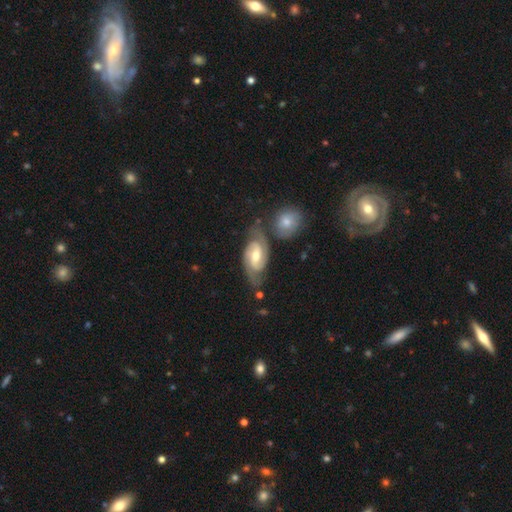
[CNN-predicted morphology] A featured or disk galaxy (82%) with a weak bar (51%), 2 (88%) medium (48%) spiral arms (96%) and a moderate central bulge (64%).

Vote fractions:
- Smooth or featured? featured or disk: 82% / smooth: 12% / star or artifact: 5%
- Edge-on disk? no: 95% / yes: 5%
- Bar? weak: 51% / no: 28% / strong: 21%
- Spiral arms? yes: 96% / no: 4%
- Spiral winding? medium: 48% / tight: 37% / loose: 15%
- Spiral arm count? 2: 88% / can't tell: 6% / 3: 2% / 1: 1% / 4: 1% / more than 4: 1%
- Bulge size? moderate: 64% / small: 26% / large: 6% / none: 2% / dominant: 1%
- Merging? none: 66% / minor disturbance: 17% / merger: 11% / major disturbance: 6%